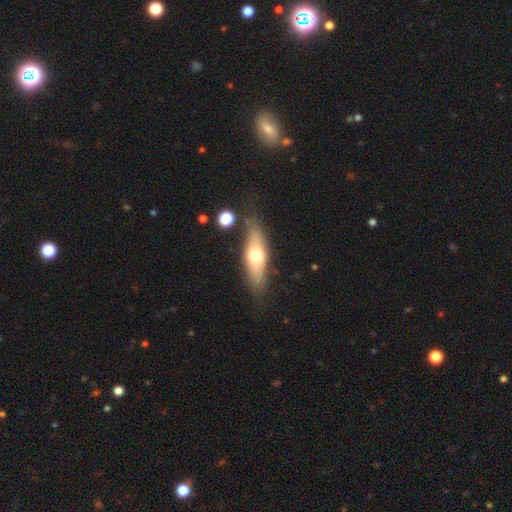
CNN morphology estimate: Smooth or featured? smooth (55%)
How rounded? in between (51%)
Merging? none (73%)